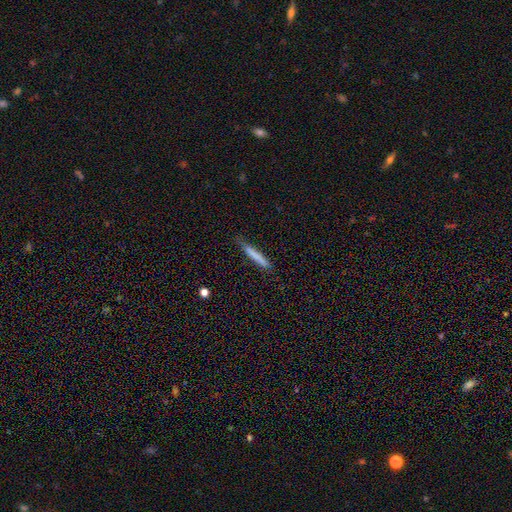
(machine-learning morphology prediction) smooth_or_featured: smooth (p=0.76) [alt: featured or disk p=0.18]
how_rounded: cigar-shaped (p=0.95) [alt: in between p=0.03]
merging: none (p=0.80) [alt: minor disturbance p=0.15]